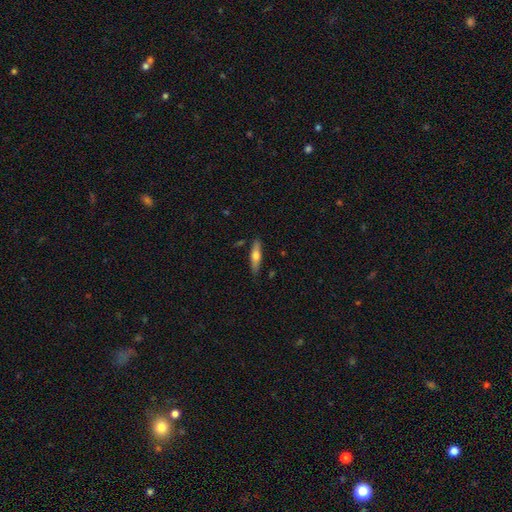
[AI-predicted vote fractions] Smooth or featured?
  - smooth: 49% *
  - featured or disk: 45%
  - star or artifact: 6%
Merging?
  - none: 86% *
  - minor disturbance: 10%
  - major disturbance: 2%
  - merger: 2%